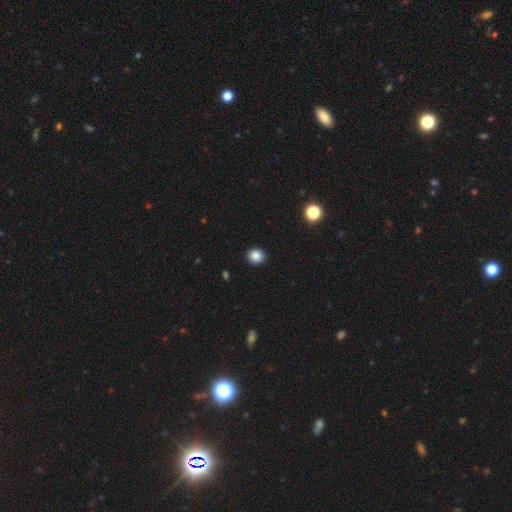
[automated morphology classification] The model was most divided on "how rounded": round: 84%, in between: 15%, cigar-shaped: 1%. More confident: merging — none (92%); smooth or featured — smooth (86%).